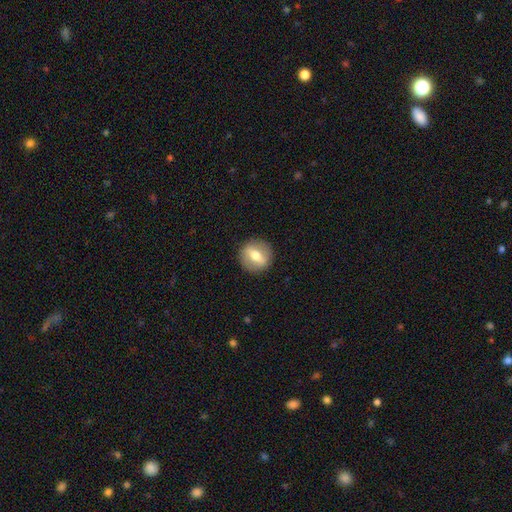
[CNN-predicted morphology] Smooth or featured? featured or disk (48%)
Merging? none (89%)